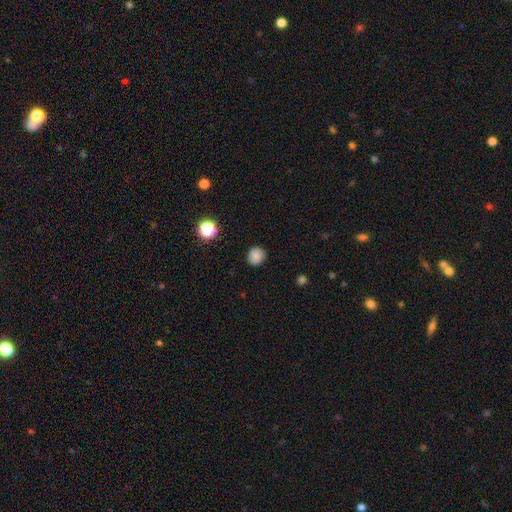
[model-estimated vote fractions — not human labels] A smooth galaxy with no disk features (83%) that is round (85%).

Vote fractions:
- Smooth or featured? smooth: 83% / star or artifact: 12% / featured or disk: 6%
- How rounded? round: 85% / in between: 14% / cigar-shaped: 1%
- Merging? none: 87% / minor disturbance: 10% / major disturbance: 2% / merger: 1%